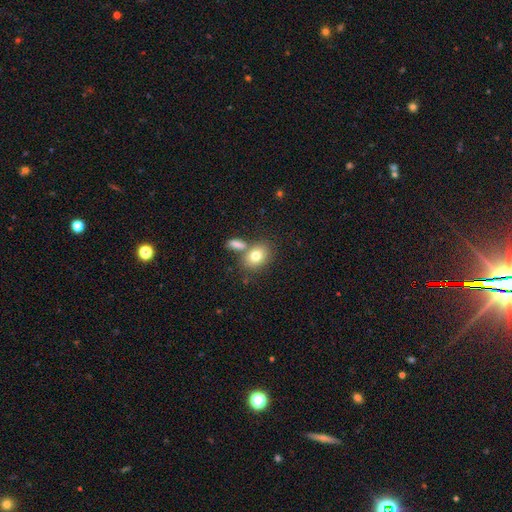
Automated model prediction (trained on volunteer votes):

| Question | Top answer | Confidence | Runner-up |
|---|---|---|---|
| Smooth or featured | smooth | 79% | featured or disk (13%) |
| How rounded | in between | 68% | round (31%) |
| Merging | none | 57% | merger (28%) |